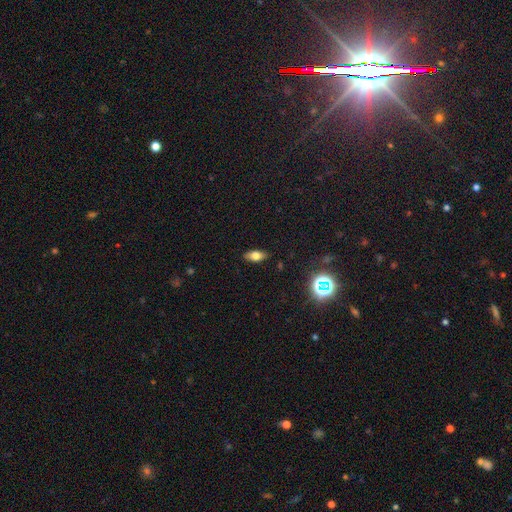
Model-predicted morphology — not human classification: A smooth galaxy with no disk features (69%) that is in between round and cigar-shaped (84%). Merging: none (87%).